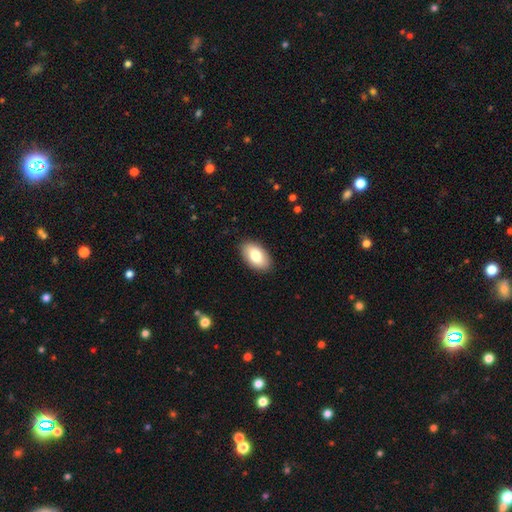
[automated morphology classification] This appears to be a smooth galaxy with no disk features (81%) that is in between round and cigar-shaped (95%). Merging: none (89%).